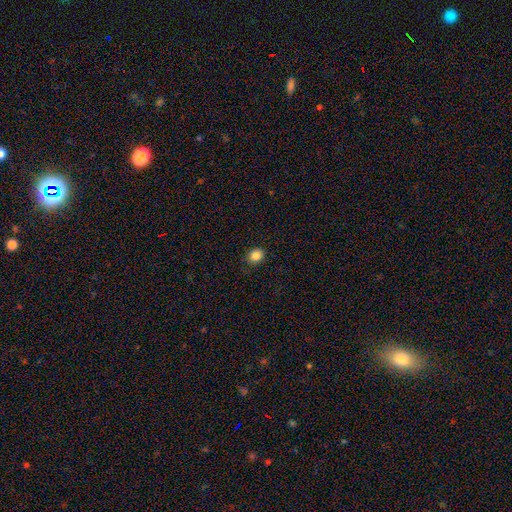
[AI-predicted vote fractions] Overall: smooth (85%). How rounded: round (64%; in between 35%). Merging: none (88%).